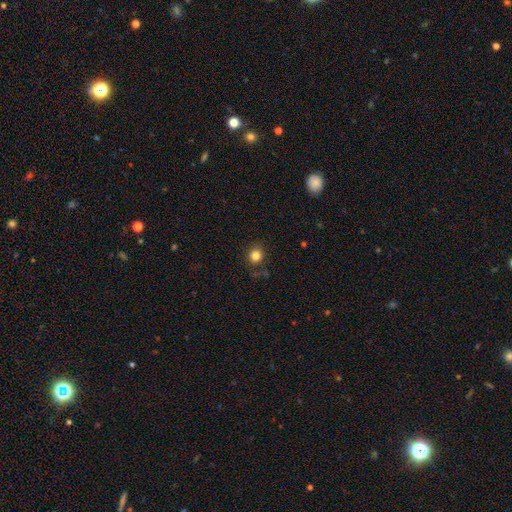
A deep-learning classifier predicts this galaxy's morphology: Smooth or featured?
  - smooth: 82% *
  - star or artifact: 13%
  - featured or disk: 6%
How rounded?
  - round: 88% *
  - in between: 11%
  - cigar-shaped: 1%
Merging?
  - none: 86% *
  - minor disturbance: 9%
  - major disturbance: 3%
  - merger: 2%